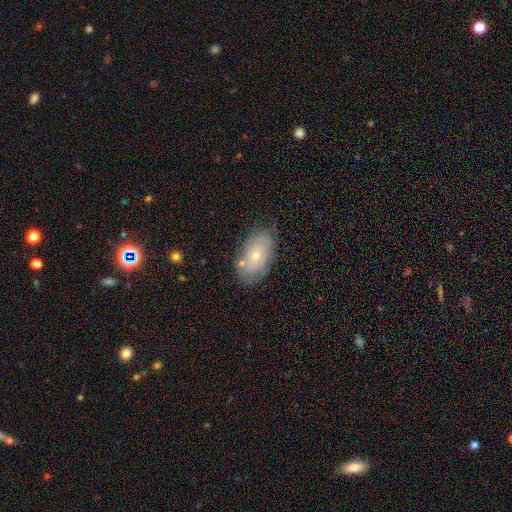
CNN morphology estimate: This appears to be a featured or disk galaxy (54%) with no bar (84%), spiral arms (68%) and a small central bulge (64%). Merging: none (76%).